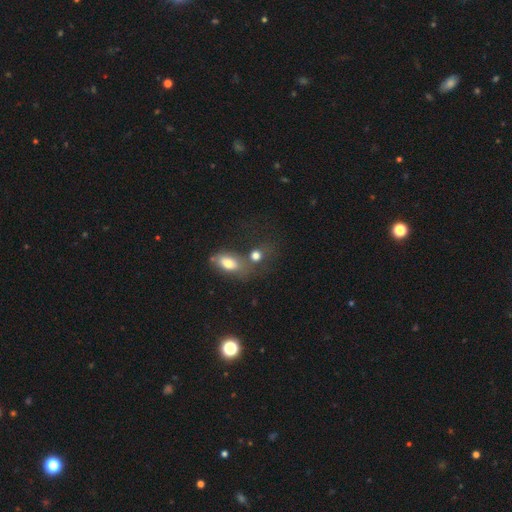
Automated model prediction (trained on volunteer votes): smooth 74%, star or artifact 13%, featured or disk 13%. Down the decision tree: how rounded — round (51%); merging — none (42%).